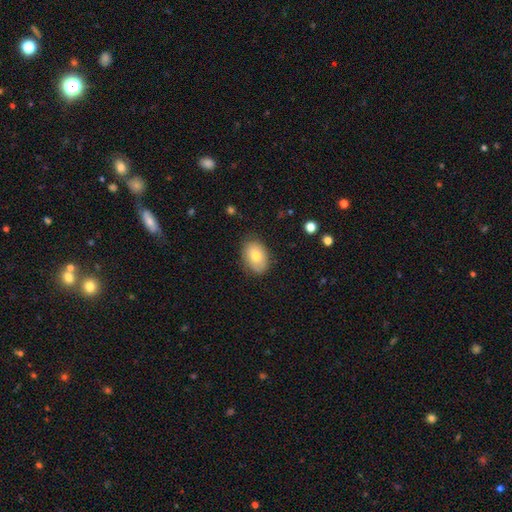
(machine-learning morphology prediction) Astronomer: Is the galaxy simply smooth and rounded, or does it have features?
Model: smooth — 75%.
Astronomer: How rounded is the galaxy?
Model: in between — 83%.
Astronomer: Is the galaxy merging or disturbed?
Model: none — 80%.